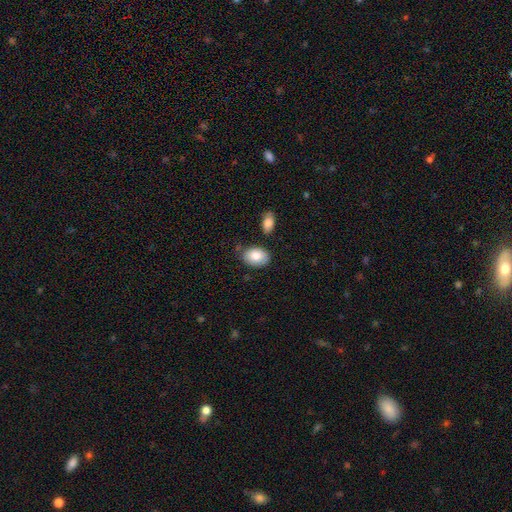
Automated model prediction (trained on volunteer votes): smooth_or_featured: smooth (p=0.84) [alt: featured or disk p=0.10]
how_rounded: in between (p=0.81) [alt: round p=0.17]
merging: none (p=0.76) [alt: minor disturbance p=0.16]